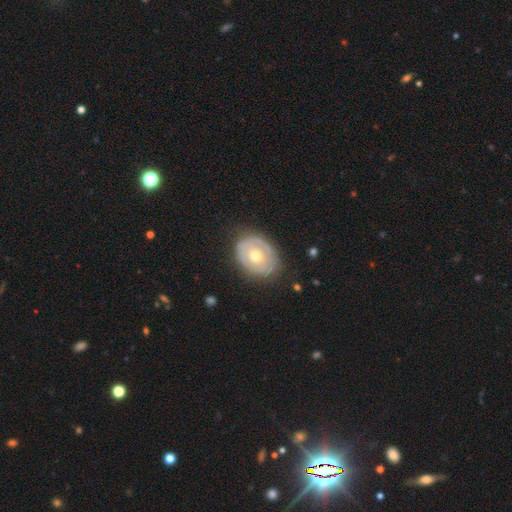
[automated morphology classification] smooth-or-featured: featured or disk: 57% | smooth: 38% | star or artifact: 6%
  disk-edge-on: no: 94% | yes: 6%
    bar: no: 86% | weak: 11% | strong: 3%
    has-spiral-arms: no: 64% | yes: 36%
    bulge-size: moderate: 68% | small: 27% | large: 3% | none: 1% | dominant: 1%
  merging: none: 72% | minor disturbance: 21% | major disturbance: 6% | merger: 1%